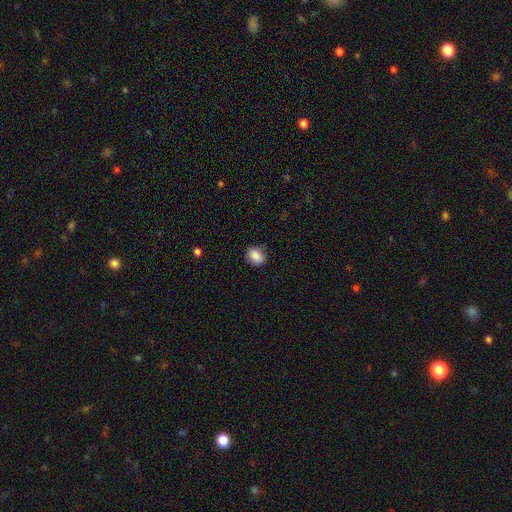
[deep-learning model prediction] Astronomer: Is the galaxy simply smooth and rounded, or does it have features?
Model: smooth — 87%.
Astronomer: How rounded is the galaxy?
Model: in between — 58% (runner-up: round, 40%).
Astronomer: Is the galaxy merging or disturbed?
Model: none — 82%.